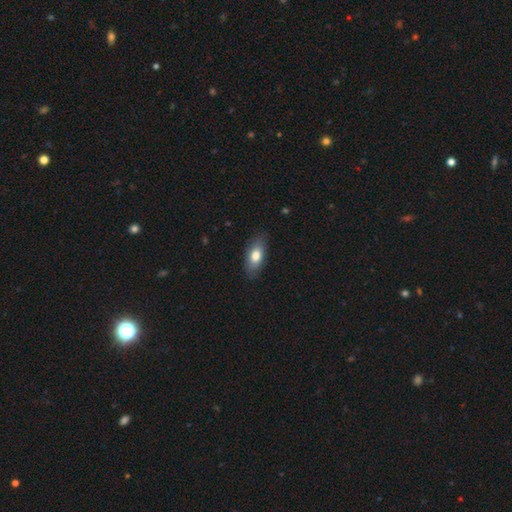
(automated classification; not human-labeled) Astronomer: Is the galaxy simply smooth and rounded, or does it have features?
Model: smooth — 77%.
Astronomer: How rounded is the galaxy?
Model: in between — 86%.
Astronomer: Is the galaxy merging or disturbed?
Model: none — 85%.